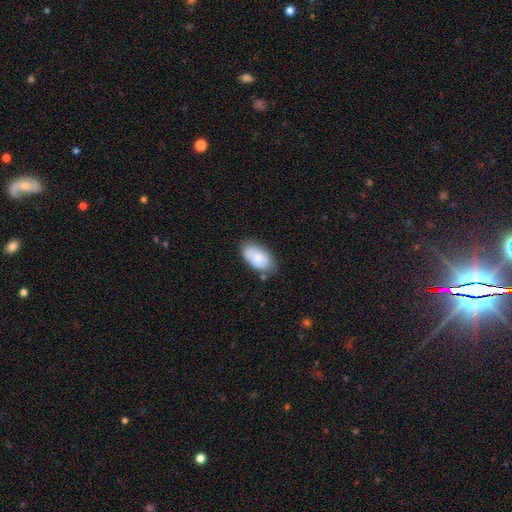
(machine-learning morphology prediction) The model was most divided on "merging": none: 72%, minor disturbance: 21%, major disturbance: 4%, merger: 3%. More confident: how rounded — in between (95%); smooth or featured — smooth (82%).